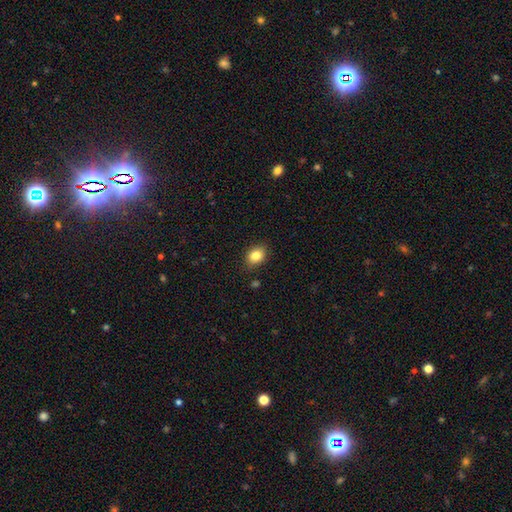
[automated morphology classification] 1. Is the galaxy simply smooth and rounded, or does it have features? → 84% smooth, 10% star or artifact, 7% featured or disk.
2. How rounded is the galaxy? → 57% in between, 42% round, 1% cigar-shaped.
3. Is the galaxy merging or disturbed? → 85% none, 11% minor disturbance, 3% major disturbance, 1% merger.